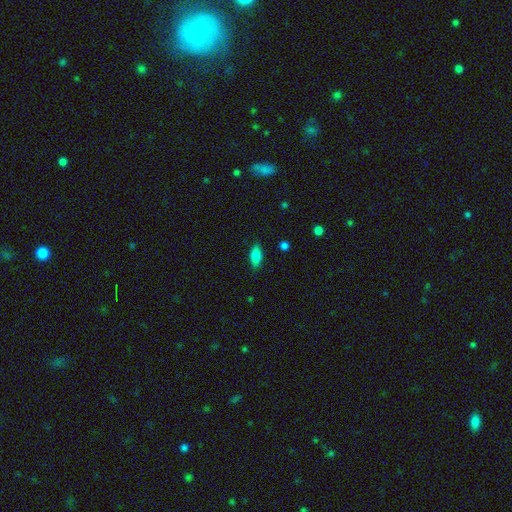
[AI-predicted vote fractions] smooth-or-featured: smooth: 80% | featured or disk: 12% | star or artifact: 8%
  how-rounded: in between: 81% | cigar-shaped: 16% | round: 3%
  merging: none: 85% | minor disturbance: 12% | major disturbance: 3% | merger: 1%